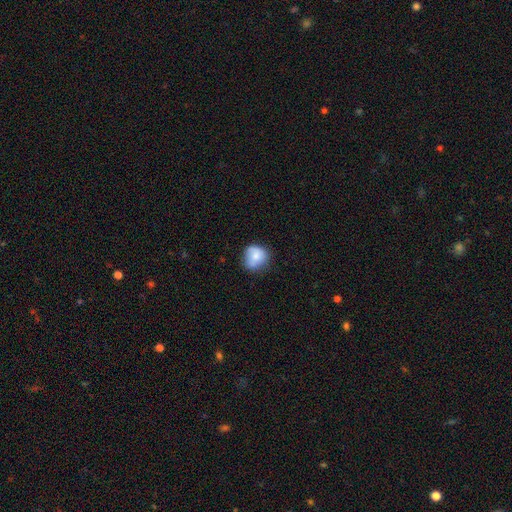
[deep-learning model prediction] Overall: smooth (76%). How rounded: round (80%). Merging: none (62%; minor disturbance 29%).